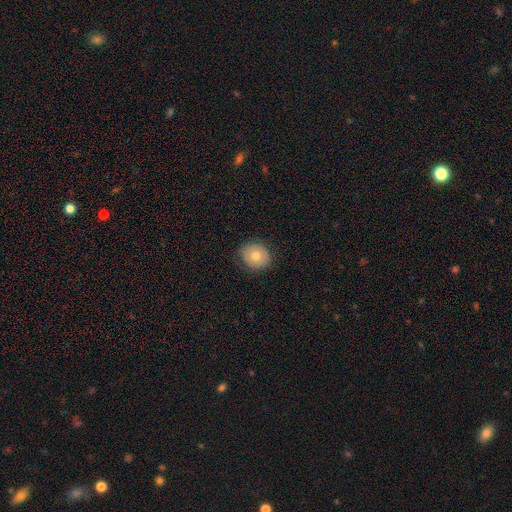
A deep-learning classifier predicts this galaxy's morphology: Overall: smooth (69%). How rounded: round (78%). Merging: none (86%).